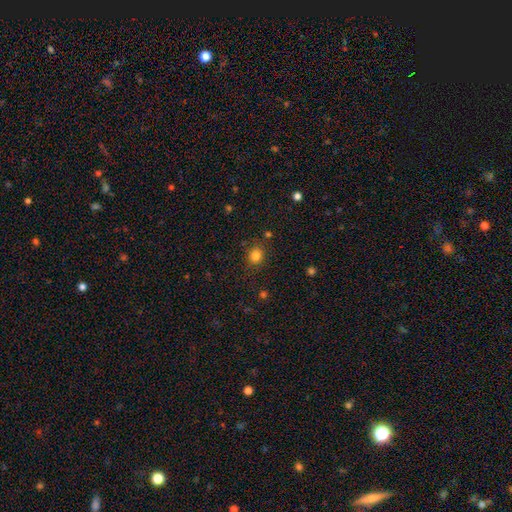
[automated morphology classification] type=smooth (82%); roundness=round (76%); merging=none (83%).